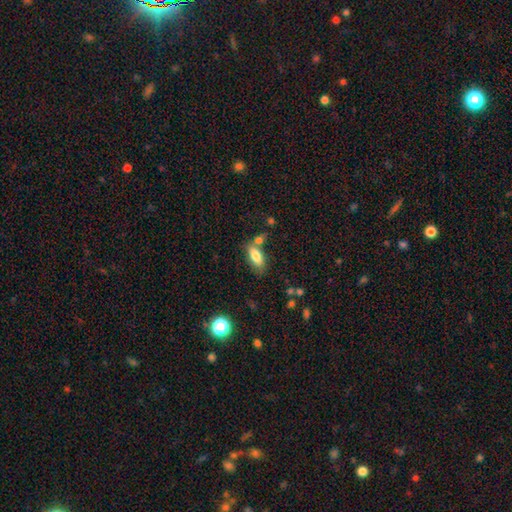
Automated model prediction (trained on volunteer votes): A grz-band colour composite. It shows a smooth galaxy with no disk features (80%) that is in between round and cigar-shaped (80%). Merging: none (57%).